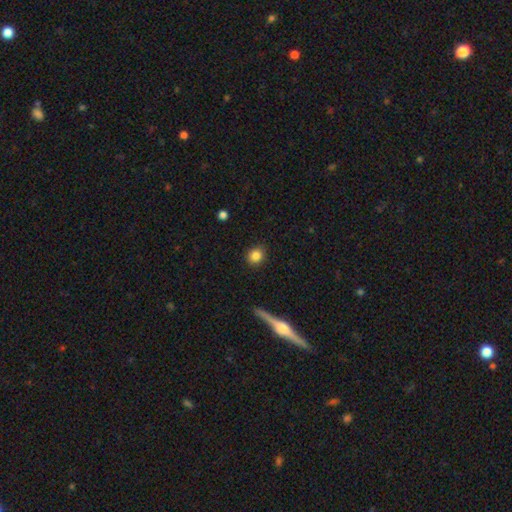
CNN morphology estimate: A smooth galaxy with no disk features (85%) that is round (82%).

Vote fractions:
- Smooth or featured? smooth: 85% / star or artifact: 9% / featured or disk: 6%
- How rounded? round: 82% / in between: 17% / cigar-shaped: 2%
- Merging? none: 89% / minor disturbance: 7% / major disturbance: 2% / merger: 2%